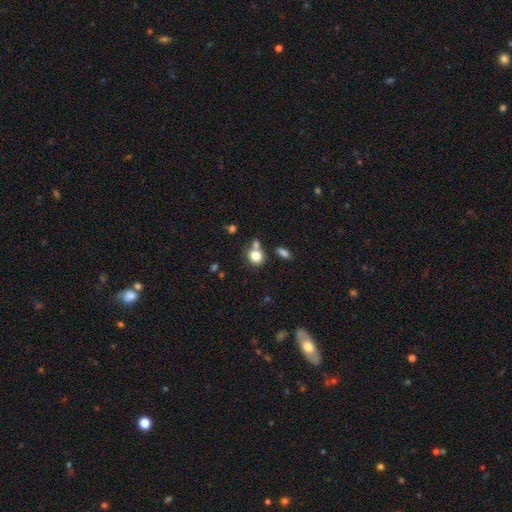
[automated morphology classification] This appears to be a smooth galaxy with no disk features (80%) that is round (74%). Merging: none (59%).